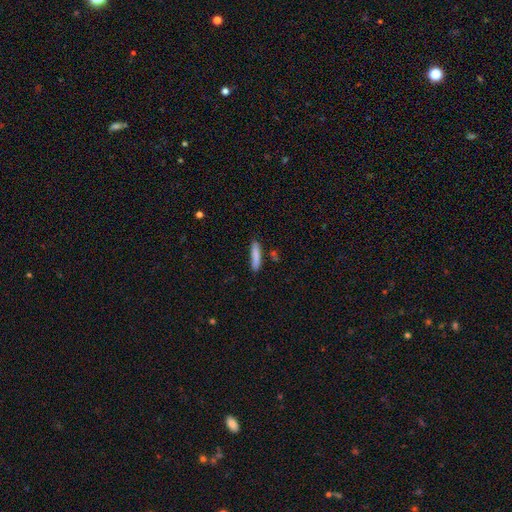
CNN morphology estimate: This appears to be a smooth galaxy with no disk features (84%) that is cigar-shaped (87%). Merging: none (84%).